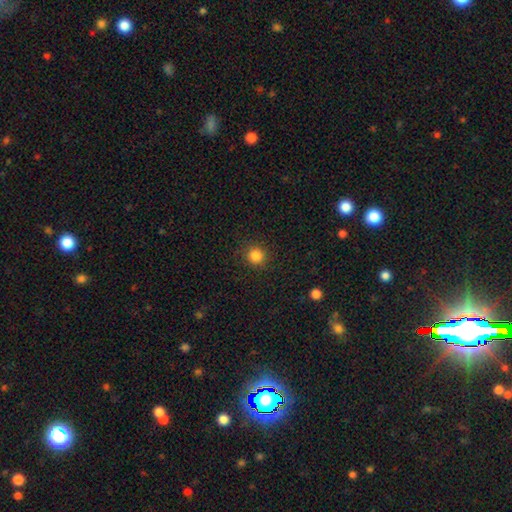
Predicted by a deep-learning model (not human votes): Smooth or featured: smooth — 85% (star or artifact — 12%)
How rounded: round — 92% (in between — 7%)
Merging: none — 90% (minor disturbance — 7%)